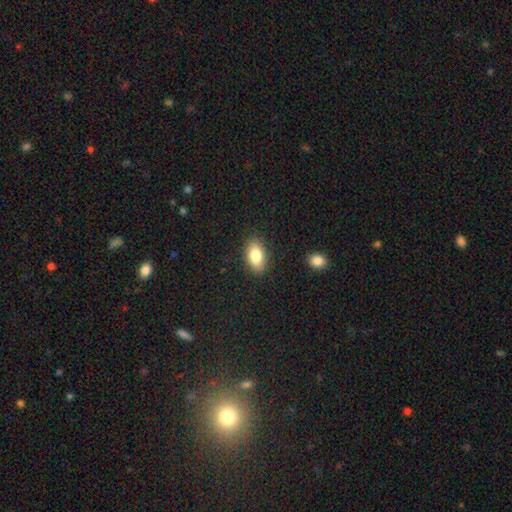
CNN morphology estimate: type=smooth (82%); roundness=in between (90%); merging=none (87%).